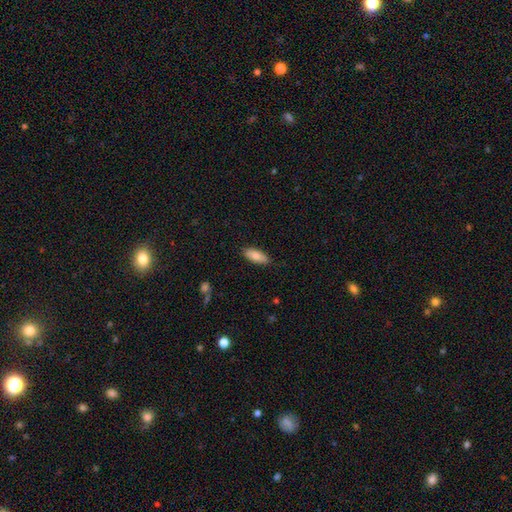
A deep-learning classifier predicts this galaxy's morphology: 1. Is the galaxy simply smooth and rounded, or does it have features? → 83% smooth, 11% featured or disk, 6% star or artifact.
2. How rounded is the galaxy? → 76% in between, 22% cigar-shaped, 2% round.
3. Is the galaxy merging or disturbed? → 86% none, 11% minor disturbance, 2% major disturbance, 1% merger.